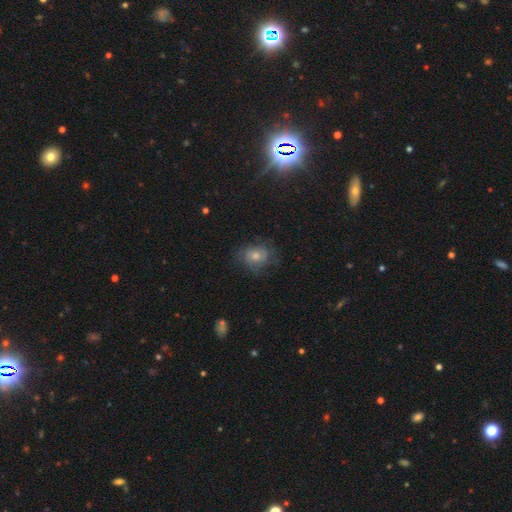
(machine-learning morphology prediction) smooth 56%, featured or disk 33%, star or artifact 11%. Down the decision tree: how rounded — in between (50%); merging — none (60%).